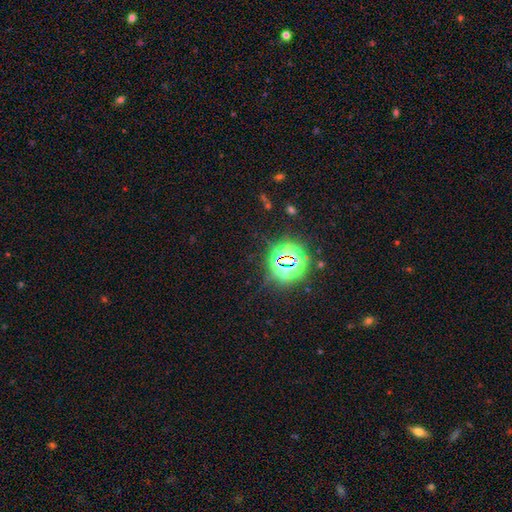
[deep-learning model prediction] smooth_or_featured: star or artifact (p=0.82) [alt: smooth p=0.12]